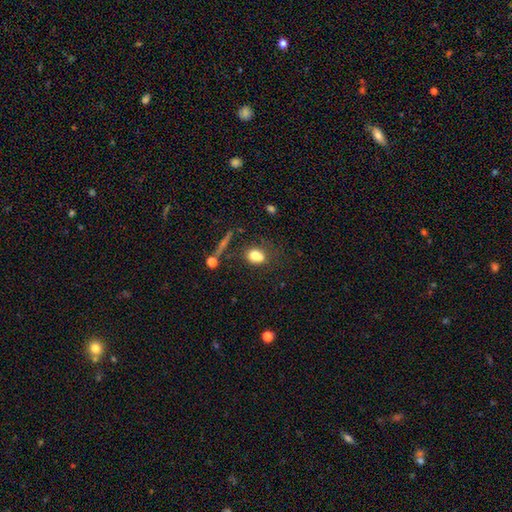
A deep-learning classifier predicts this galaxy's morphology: smooth-or-featured: smooth: 76% | star or artifact: 13% | featured or disk: 11%
  how-rounded: in between: 62% | round: 34% | cigar-shaped: 3%
  merging: none: 55% | minor disturbance: 20% | merger: 15% | major disturbance: 10%